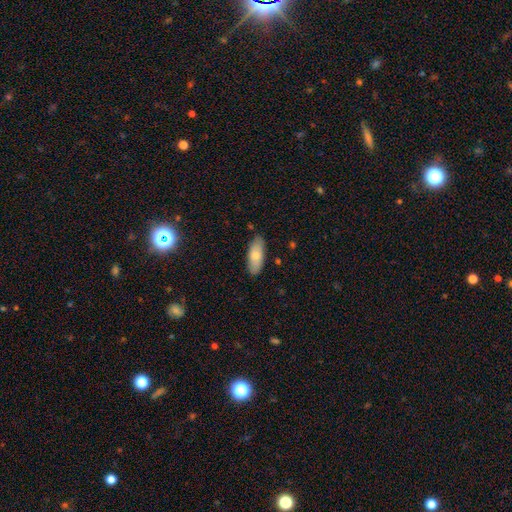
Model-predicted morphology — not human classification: Smooth or featured? smooth (71%)
How rounded? in between (80%)
Merging? none (83%)